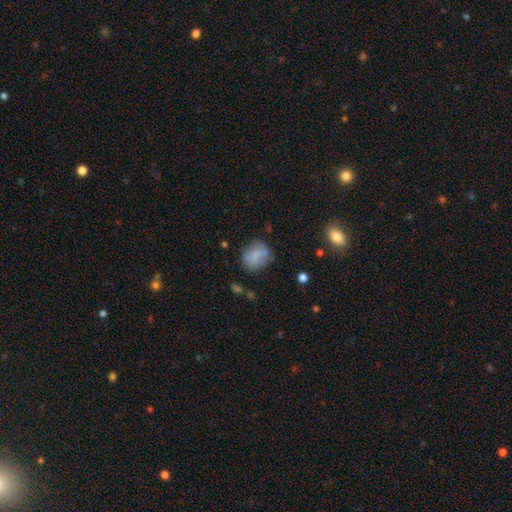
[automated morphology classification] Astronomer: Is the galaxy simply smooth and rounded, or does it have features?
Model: smooth — 74%.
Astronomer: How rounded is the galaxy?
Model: round — 60% (runner-up: in between, 39%).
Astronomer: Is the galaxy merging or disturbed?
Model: none — 58%.